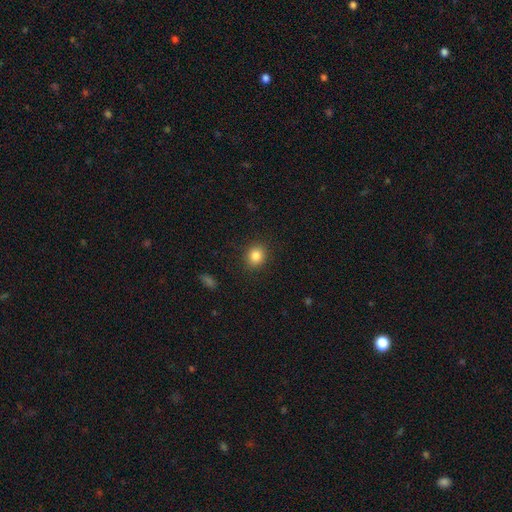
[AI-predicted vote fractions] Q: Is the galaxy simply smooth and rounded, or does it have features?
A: smooth — 84%.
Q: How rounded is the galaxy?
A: round — 73%.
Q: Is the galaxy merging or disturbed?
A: none — 89%.